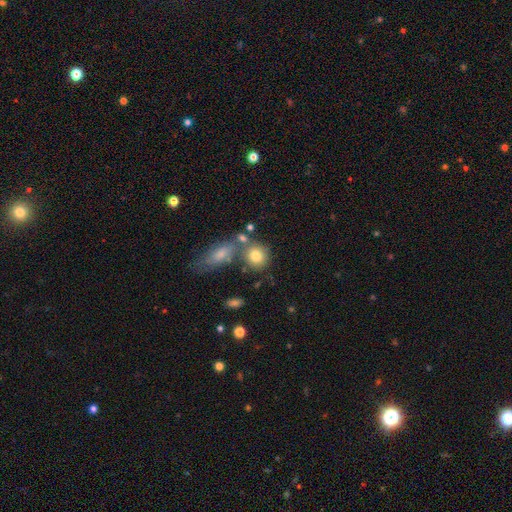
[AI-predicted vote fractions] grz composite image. It shows a smooth galaxy with no disk features (79%) that is round (74%). Merging: none (56%).